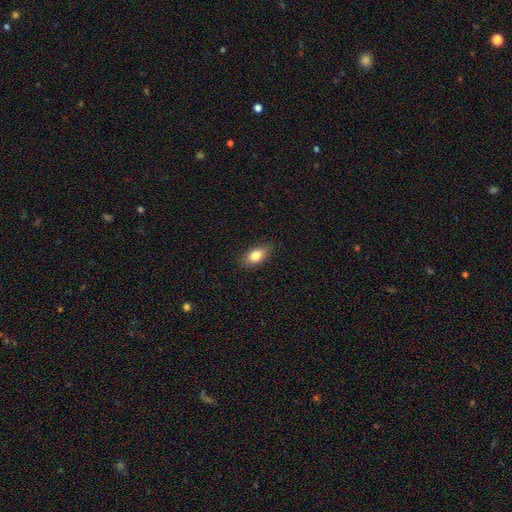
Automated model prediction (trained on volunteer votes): smooth 80%, featured or disk 12%, star or artifact 8%. Down the decision tree: how rounded — in between (85%); merging — none (83%).